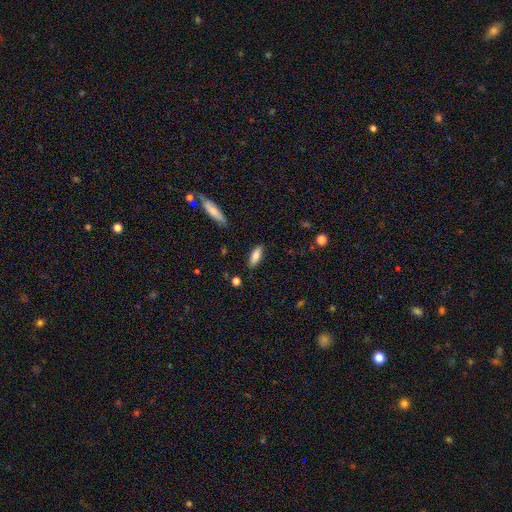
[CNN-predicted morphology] smooth-or-featured: smooth: 81% | featured or disk: 12% | star or artifact: 7%
  how-rounded: in between: 69% | cigar-shaped: 30% | round: 2%
  merging: none: 85% | minor disturbance: 11% | major disturbance: 2% | merger: 2%